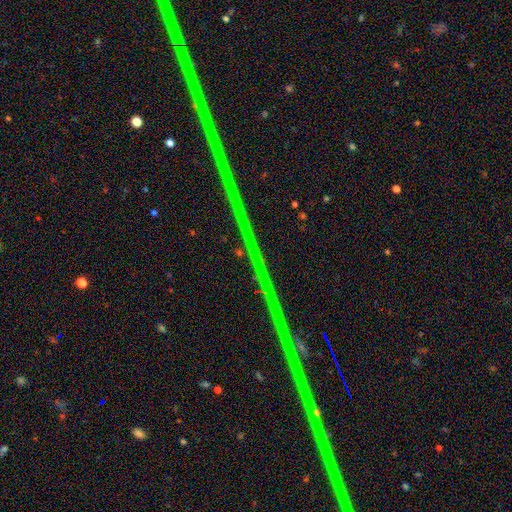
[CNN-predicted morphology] Smooth or featured? Predicted: star or artifact (p=0.81).